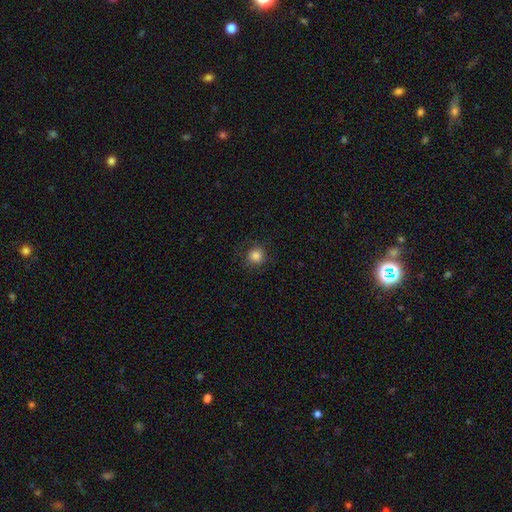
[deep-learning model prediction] Smooth or featured? Predicted: smooth (p=0.83). How rounded? Predicted: round (p=0.91). Merging? Predicted: none (p=0.84).